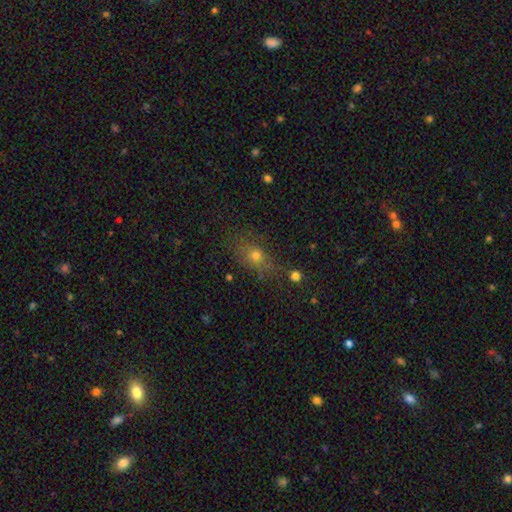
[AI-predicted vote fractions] This appears to be a smooth galaxy with no disk features (65%) that is in between round and cigar-shaped (60%). Merging: none (70%).